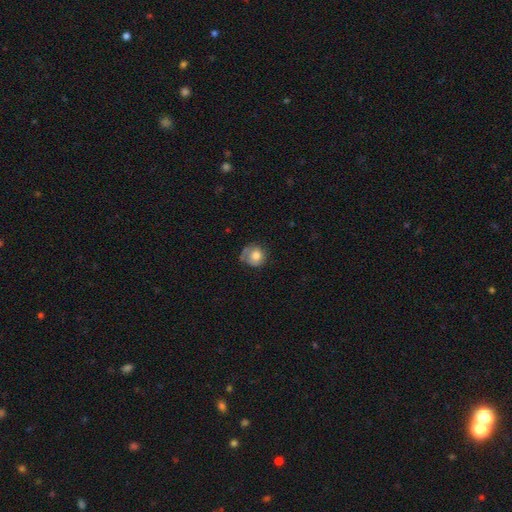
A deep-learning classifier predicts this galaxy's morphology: Overall: smooth (70%). How rounded: round (81%). Merging: none (50%; minor disturbance 29%).